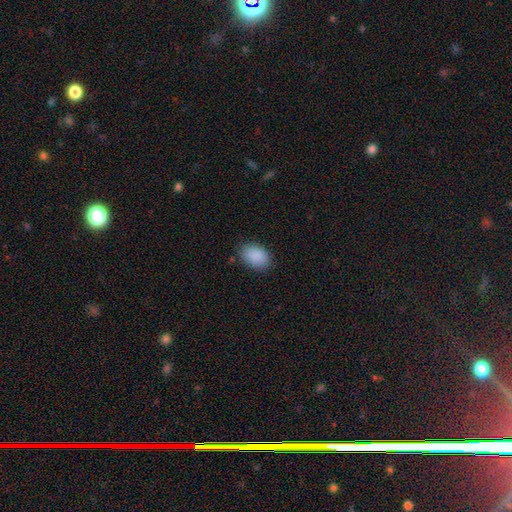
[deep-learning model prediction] Smooth or featured? Predicted: smooth (p=0.90). How rounded? Predicted: in between (p=0.83). Merging? Predicted: none (p=0.83).